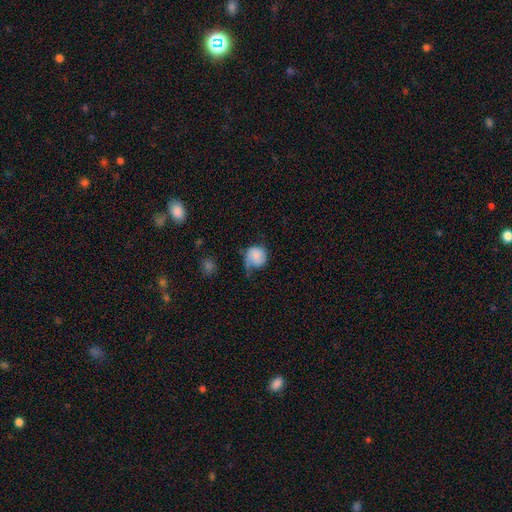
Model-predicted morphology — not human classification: smooth_or_featured: smooth (p=0.63) [alt: featured or disk p=0.29]
how_rounded: round (p=0.75) [alt: in between p=0.24]
merging: minor disturbance (p=0.35) [alt: none p=0.31]